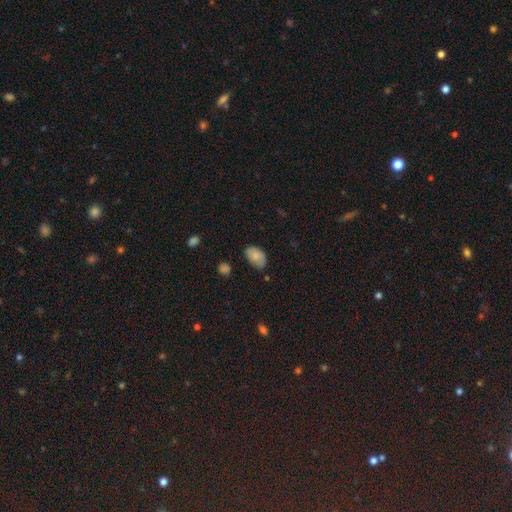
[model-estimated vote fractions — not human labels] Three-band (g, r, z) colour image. It shows a smooth galaxy with no disk features (80%) that is in between round and cigar-shaped (90%). Merging: none (64%).